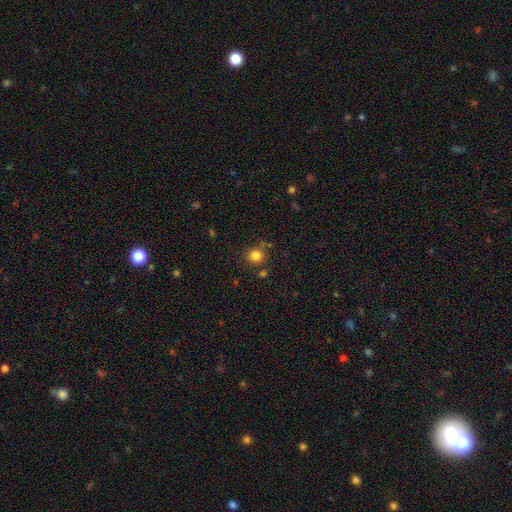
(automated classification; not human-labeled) Q: Smooth or featured?
A: smooth (83%); runner-up: star or artifact (12%)
Q: How rounded?
A: round (86%); runner-up: in between (13%)
Q: Merging?
A: none (80%); runner-up: minor disturbance (10%)